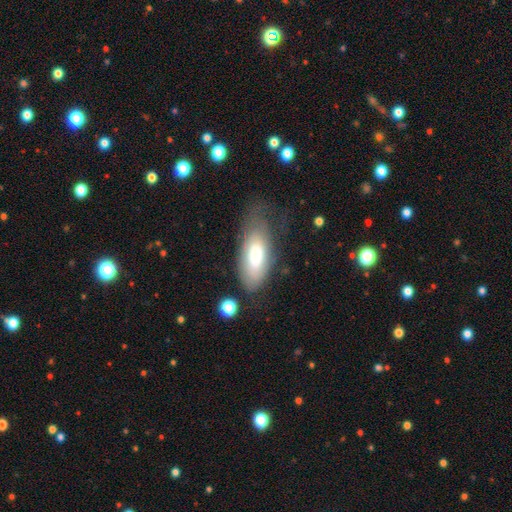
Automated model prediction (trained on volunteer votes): Overall: smooth (69%). How rounded: in between (85%). Merging: none (49%; minor disturbance 27%).